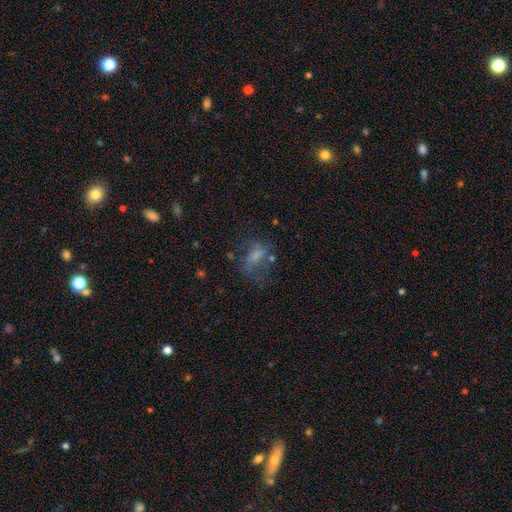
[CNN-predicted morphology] This appears to be a smooth galaxy with no disk features (44%). Merging: none (40%).